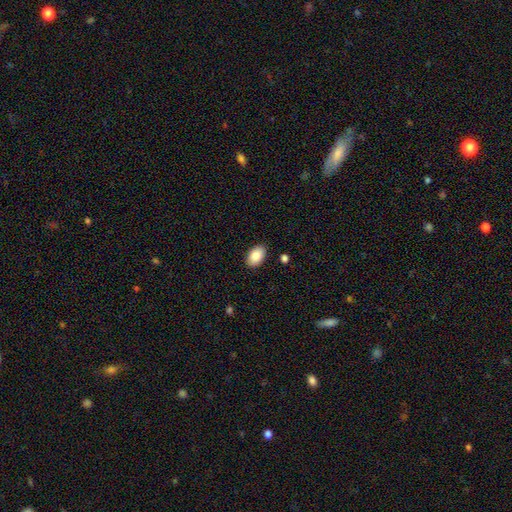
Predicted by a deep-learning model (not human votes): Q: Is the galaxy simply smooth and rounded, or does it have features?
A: smooth — 87%.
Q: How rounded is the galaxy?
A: in between — 92%.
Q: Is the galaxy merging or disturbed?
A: none — 88%.